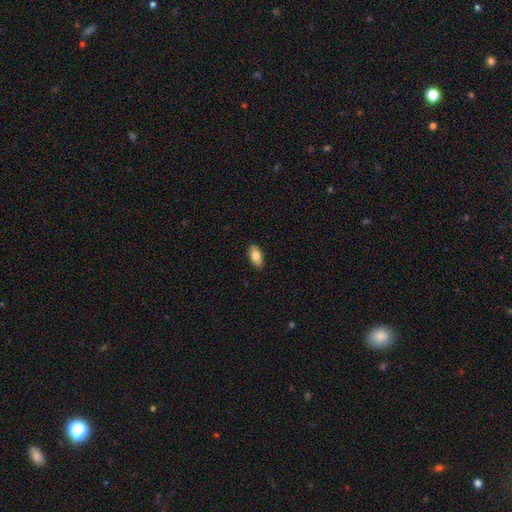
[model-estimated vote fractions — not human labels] A smooth galaxy with no disk features (82%) that is in between round and cigar-shaped (91%). Merging: none (90%).